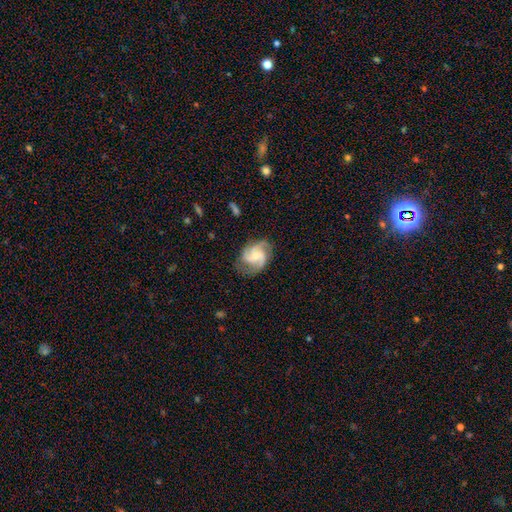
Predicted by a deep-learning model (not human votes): Morphology: type=featured or disk (84%); edge-on=no (98%); bar=no (58%); spiral arms=yes (97%); winding=medium (53%); arm count=3 (53%); bulge=small (57%); merging=none (72%).